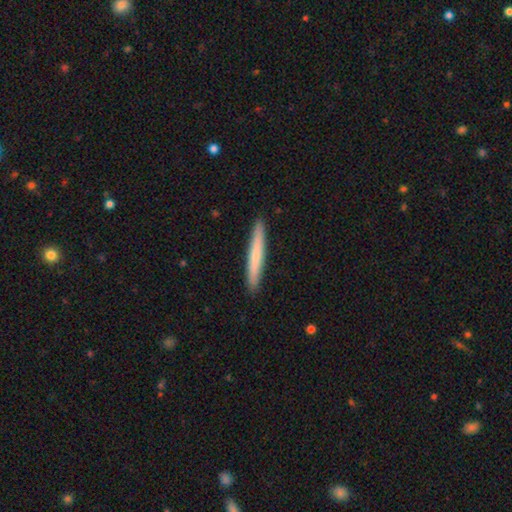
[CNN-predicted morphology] A smooth galaxy with no disk features (68%) that is cigar-shaped (96%).

Vote fractions:
- Smooth or featured? smooth: 68% / featured or disk: 28% / star or artifact: 5%
- How rounded? cigar-shaped: 96% / in between: 3% / round: 1%
- Merging? none: 92% / minor disturbance: 6% / major disturbance: 1% / merger: 1%